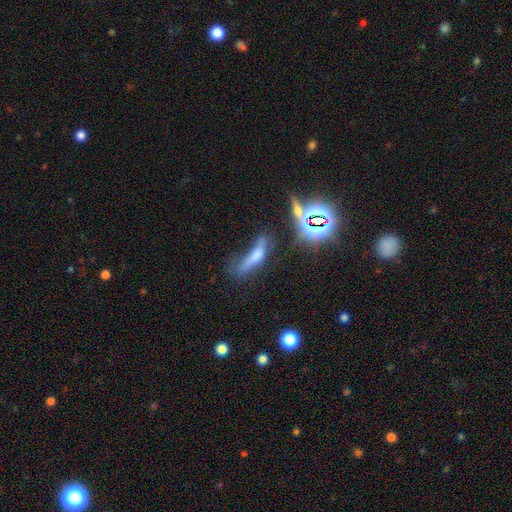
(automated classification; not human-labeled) This appears to be a smooth galaxy with no disk features (59%) that is cigar-shaped (65%). Merging: major disturbance (30%, tied with none).